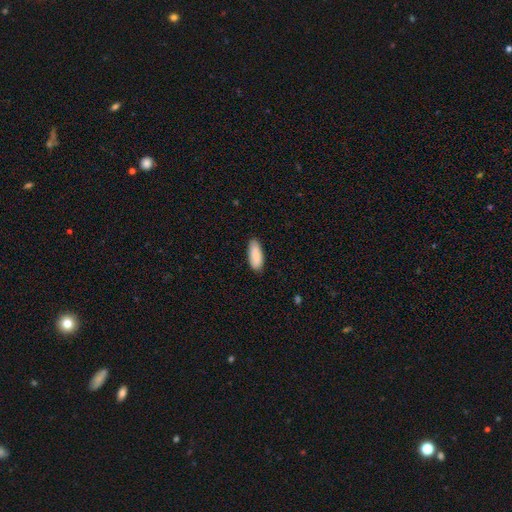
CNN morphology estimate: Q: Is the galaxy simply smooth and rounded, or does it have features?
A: smooth — 88%.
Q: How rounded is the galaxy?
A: in between — 79%.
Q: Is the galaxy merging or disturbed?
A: none — 86%.